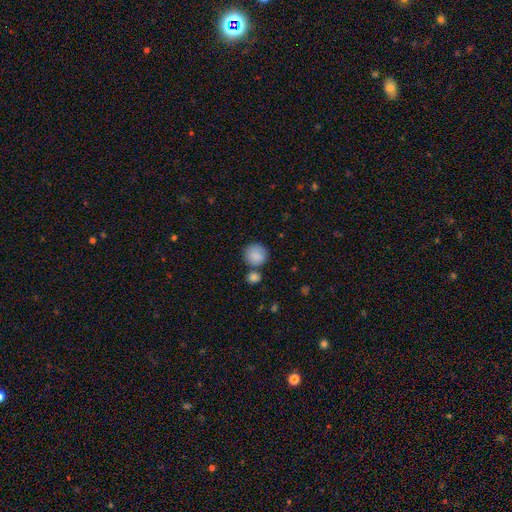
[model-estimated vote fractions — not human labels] Smooth or featured: smooth — 88% (star or artifact — 7%)
How rounded: round — 88% (in between — 11%)
Merging: none — 65% (merger — 19%)